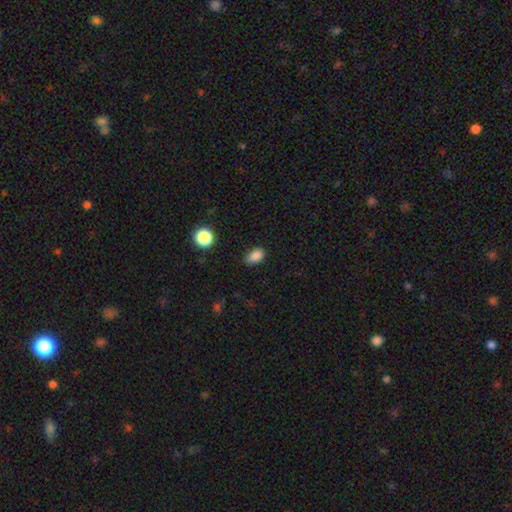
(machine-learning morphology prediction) This is clearly a smooth galaxy (85%). How rounded: clearly in between (84%). Merging: likely none (68%).